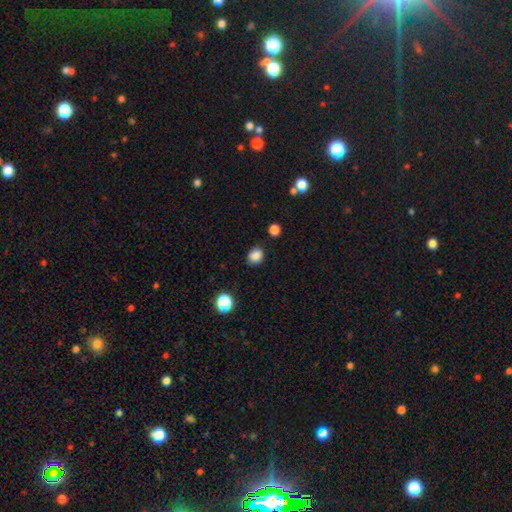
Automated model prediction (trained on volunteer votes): This appears to be a smooth galaxy with no disk features (86%) that is round (63%). Merging: none (85%).